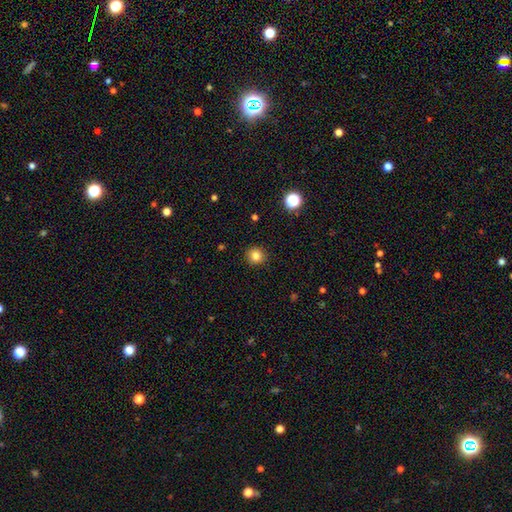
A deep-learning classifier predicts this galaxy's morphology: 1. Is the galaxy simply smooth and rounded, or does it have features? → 82% smooth, 12% star or artifact, 5% featured or disk.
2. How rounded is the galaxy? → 92% round, 7% in between, 1% cigar-shaped.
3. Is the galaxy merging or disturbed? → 92% none, 5% minor disturbance, 2% major disturbance, 1% merger.